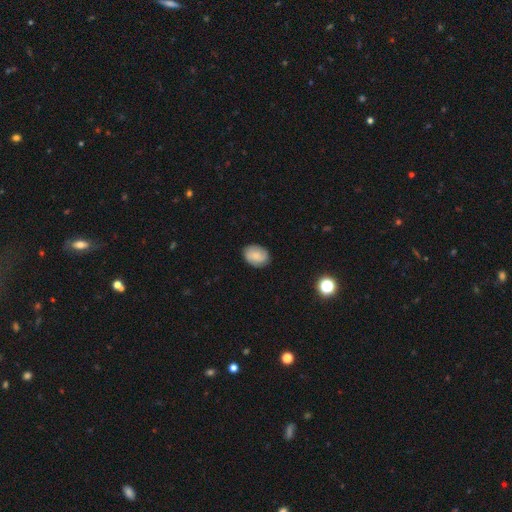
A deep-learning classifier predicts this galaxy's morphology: Q: Smooth or featured?
A: smooth (64%); runner-up: featured or disk (27%)
Q: How rounded?
A: in between (68%); runner-up: round (31%)
Q: Merging?
A: none (84%); runner-up: minor disturbance (12%)